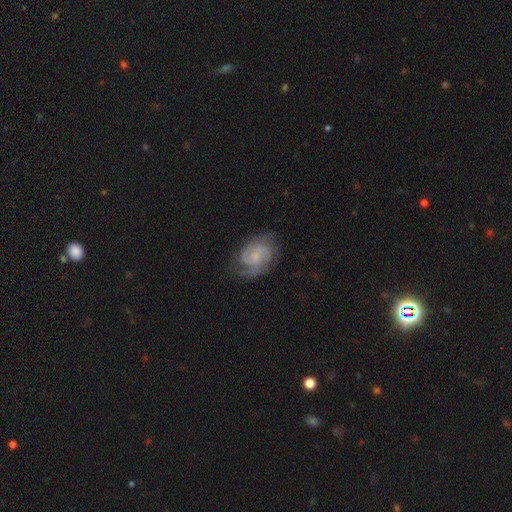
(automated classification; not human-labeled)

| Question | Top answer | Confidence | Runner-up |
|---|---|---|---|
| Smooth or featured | featured or disk | 81% | smooth (13%) |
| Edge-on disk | no | 98% | yes (2%) |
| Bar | no | 57% | weak (37%) |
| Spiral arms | yes | 96% | no (4%) |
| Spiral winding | tight | 46% | medium (43%) |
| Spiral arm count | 2 | 62% | can't tell (15%) |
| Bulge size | small | 54% | none (26%) |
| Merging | none | 71% | minor disturbance (19%) |